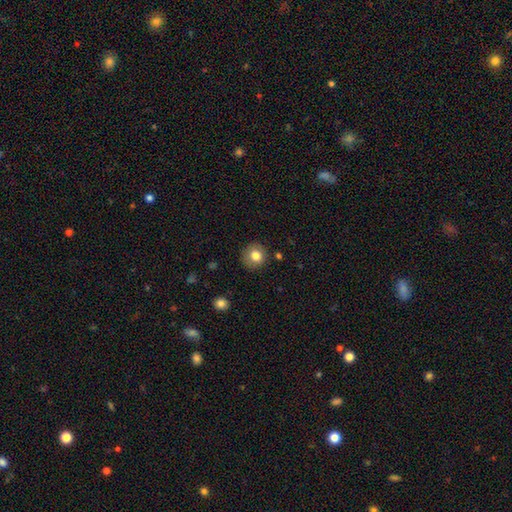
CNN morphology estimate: A smooth galaxy with no disk features (80%) that is round (90%). Merging: none (87%).